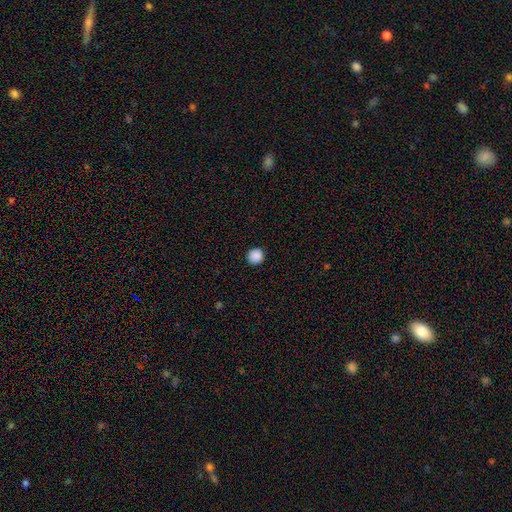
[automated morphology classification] Smooth or featured: smooth — 89% (star or artifact — 9%)
How rounded: round — 93% (in between — 6%)
Merging: none — 92% (minor disturbance — 5%)